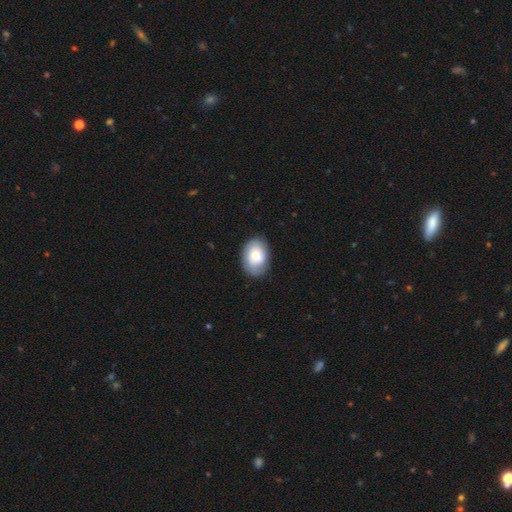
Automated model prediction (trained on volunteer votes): A smooth galaxy with no disk features (67%) that is in between round and cigar-shaped (79%).

Vote fractions:
- Smooth or featured? smooth: 67% / featured or disk: 26% / star or artifact: 7%
- How rounded? in between: 79% / round: 20% / cigar-shaped: 1%
- Merging? none: 79% / minor disturbance: 16% / major disturbance: 4% / merger: 1%